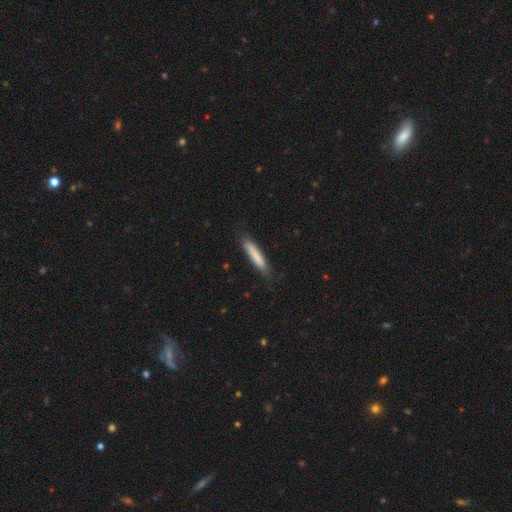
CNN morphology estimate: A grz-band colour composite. It shows a smooth galaxy with no disk features (79%) that is cigar-shaped (92%). Merging: none (80%).